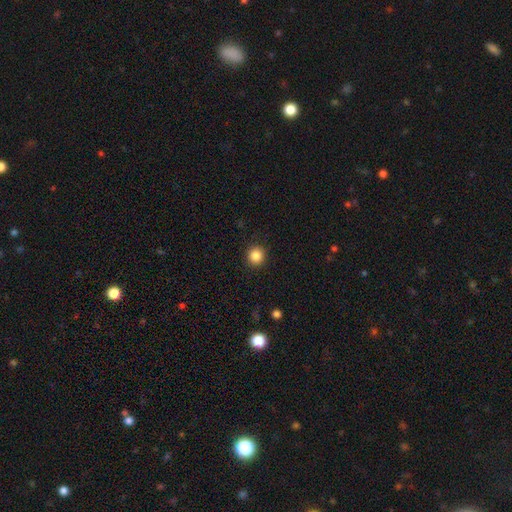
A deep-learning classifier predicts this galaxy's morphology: type=smooth (85%); roundness=round (93%); merging=none (92%).